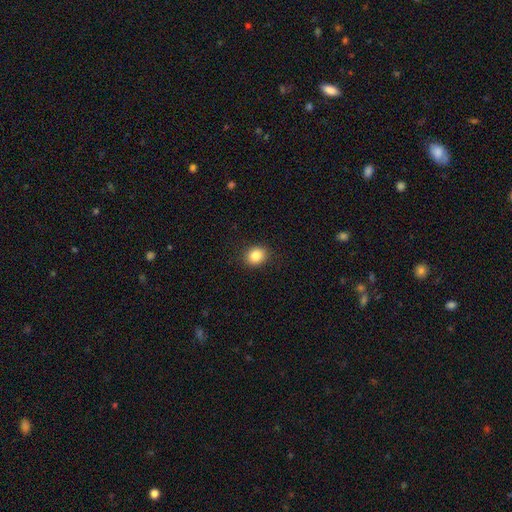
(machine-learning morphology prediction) smooth-or-featured: smooth: 84% | star or artifact: 10% | featured or disk: 6%
  how-rounded: round: 63% | in between: 36% | cigar-shaped: 1%
  merging: none: 90% | minor disturbance: 7% | major disturbance: 2% | merger: 1%